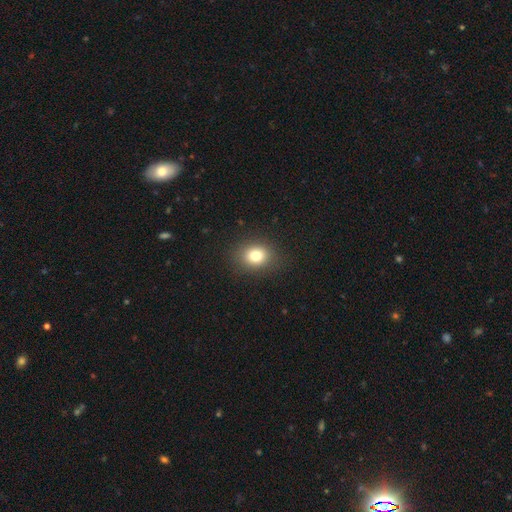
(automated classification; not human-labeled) Smooth or featured? smooth (79%)
How rounded? round (56%)
Merging? none (88%)